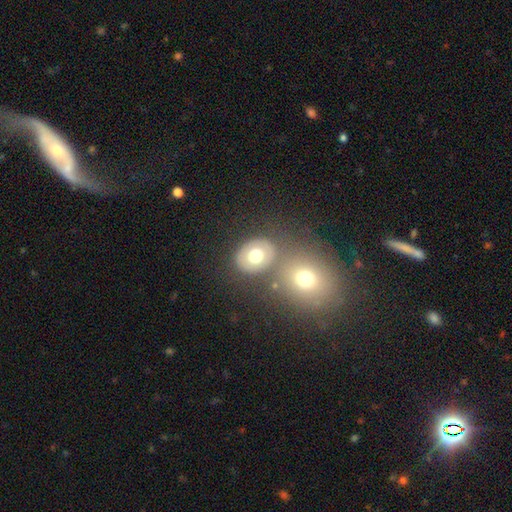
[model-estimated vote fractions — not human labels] Overall: smooth (66%). How rounded: round (52%; in between 47%). Merging: none (69%).